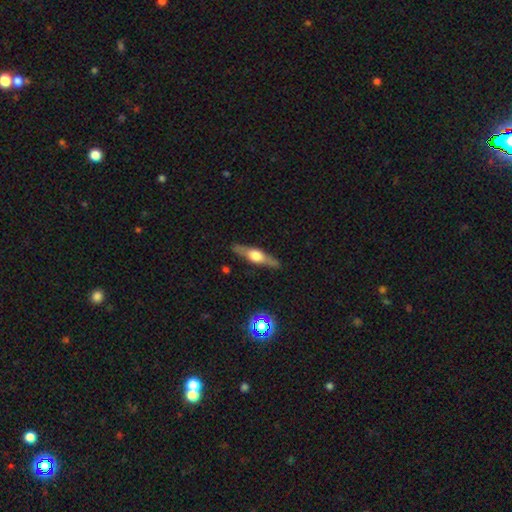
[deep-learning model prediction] smooth_or_featured: featured or disk (p=0.70) [alt: smooth p=0.24]
disk_edge_on: yes (p=0.95) [alt: no p=0.05]
edge_on_bulge: rounded (p=0.91) [alt: boxy p=0.07]
merging: none (p=0.88) [alt: minor disturbance p=0.09]